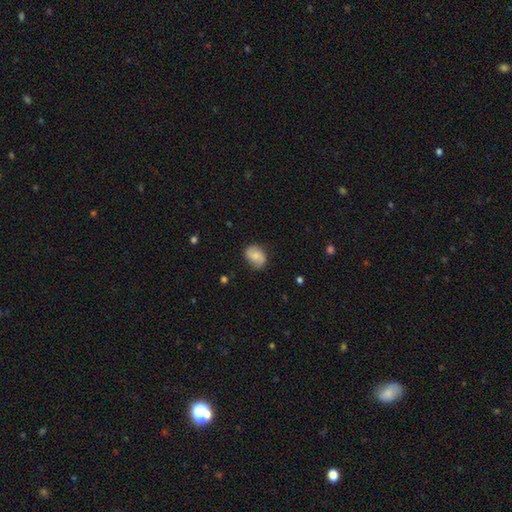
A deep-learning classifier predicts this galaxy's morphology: This appears to be a smooth galaxy with no disk features (61%) that is in between round and cigar-shaped (67%). Merging: none (74%).